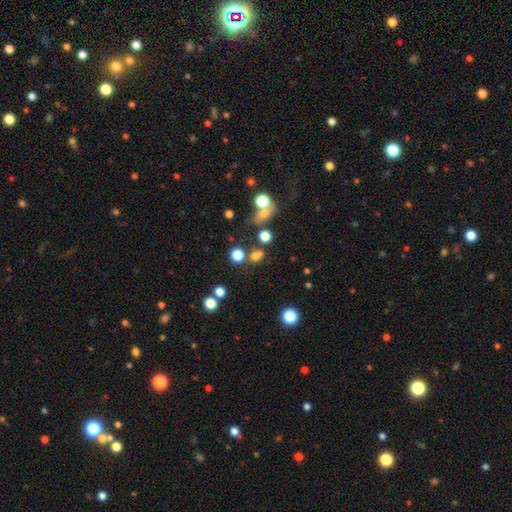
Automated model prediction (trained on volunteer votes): The model was most divided on "merging": none: 63%, merger: 21%, minor disturbance: 10%, major disturbance: 6%. More confident: how rounded — round (75%); smooth or featured — smooth (68%).